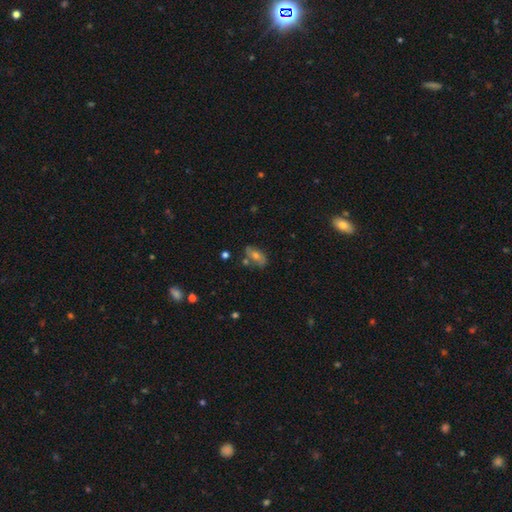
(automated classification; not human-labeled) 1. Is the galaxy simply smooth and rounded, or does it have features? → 47% smooth, 36% featured or disk, 17% star or artifact.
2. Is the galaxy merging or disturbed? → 66% none, 18% minor disturbance, 10% merger, 6% major disturbance.